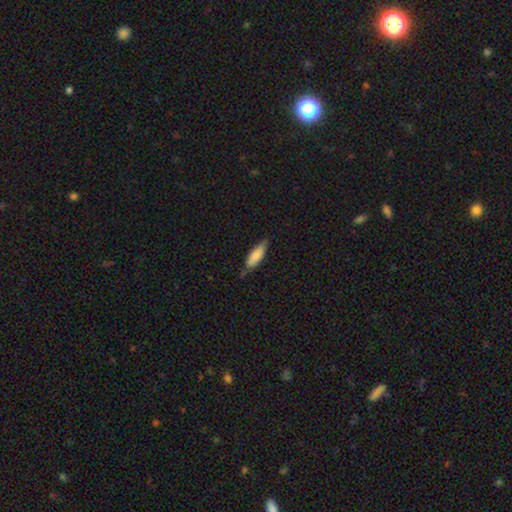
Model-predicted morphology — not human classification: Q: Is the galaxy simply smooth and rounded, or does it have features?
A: smooth — 80%.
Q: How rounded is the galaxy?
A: in between — 55%.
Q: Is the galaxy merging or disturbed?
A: none — 68%.